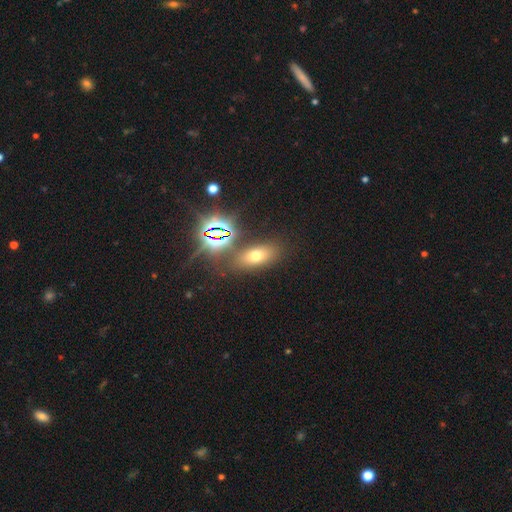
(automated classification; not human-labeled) Smooth or featured? Predicted: smooth (p=0.53). How rounded? Predicted: in between (p=0.75). Merging? Predicted: none (p=0.80).